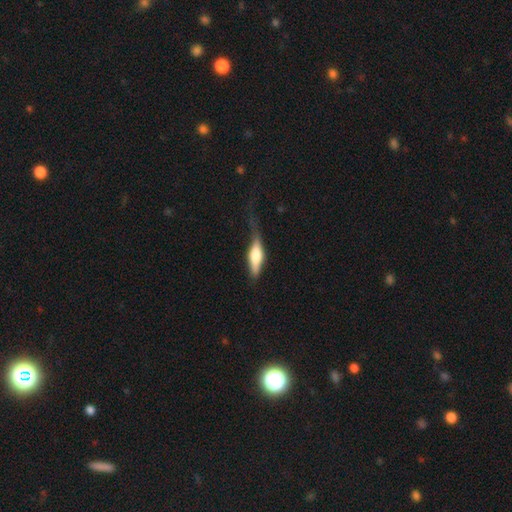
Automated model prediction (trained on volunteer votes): smooth-or-featured: smooth: 60% | featured or disk: 34% | star or artifact: 5%
  how-rounded: in between: 51% | cigar-shaped: 46% | round: 3%
  merging: minor disturbance: 35% | none: 33% | major disturbance: 29% | merger: 3%